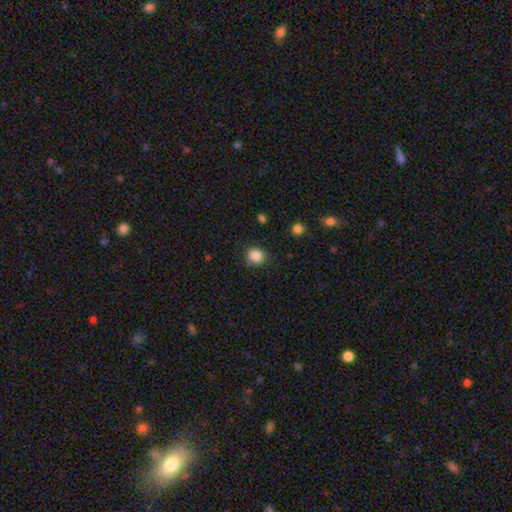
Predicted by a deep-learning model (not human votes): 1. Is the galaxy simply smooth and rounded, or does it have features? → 86% smooth, 10% star or artifact, 4% featured or disk.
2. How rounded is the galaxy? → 83% round, 16% in between, 1% cigar-shaped.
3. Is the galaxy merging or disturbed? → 80% none, 15% minor disturbance, 4% major disturbance, 2% merger.